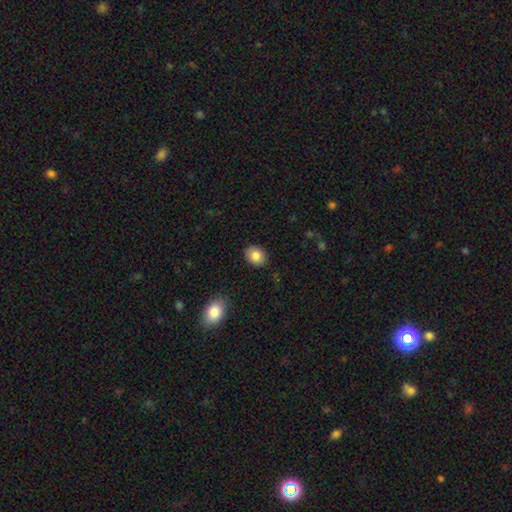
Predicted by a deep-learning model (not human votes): A smooth galaxy with no disk features (85%) that is in between round and cigar-shaped (55%).

Vote fractions:
- Smooth or featured? smooth: 85% / star or artifact: 8% / featured or disk: 6%
- How rounded? in between: 55% / round: 44% / cigar-shaped: 1%
- Merging? none: 87% / minor disturbance: 10% / major disturbance: 2% / merger: 1%